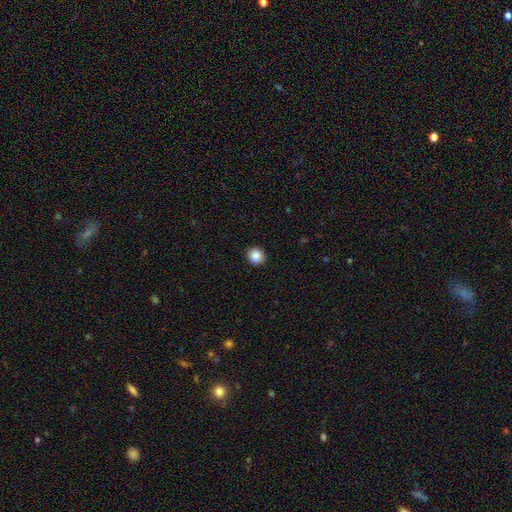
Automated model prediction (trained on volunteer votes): Smooth or featured: smooth — 86% (star or artifact — 9%)
How rounded: round — 85% (in between — 14%)
Merging: none — 92% (minor disturbance — 5%)